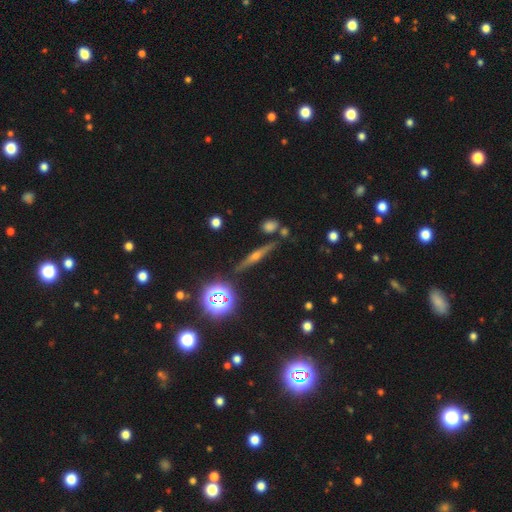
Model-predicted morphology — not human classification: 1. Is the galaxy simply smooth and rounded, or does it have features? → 60% star or artifact, 24% smooth, 16% featured or disk.